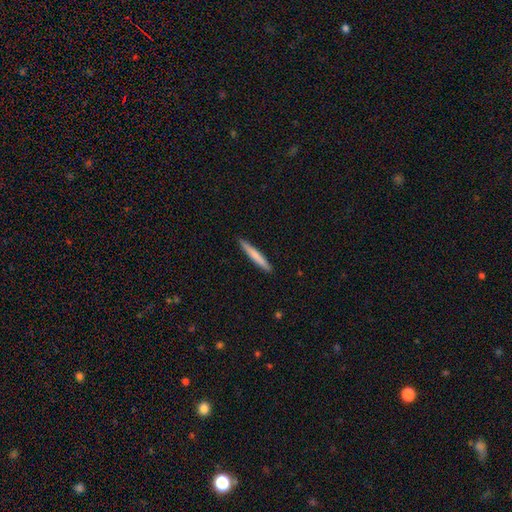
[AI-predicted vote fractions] A smooth galaxy with no disk features (73%) that is cigar-shaped (96%).

Vote fractions:
- Smooth or featured? smooth: 73% / featured or disk: 22% / star or artifact: 5%
- How rounded? cigar-shaped: 96% / in between: 3% / round: 1%
- Merging? none: 92% / minor disturbance: 6% / major disturbance: 1% / merger: 1%